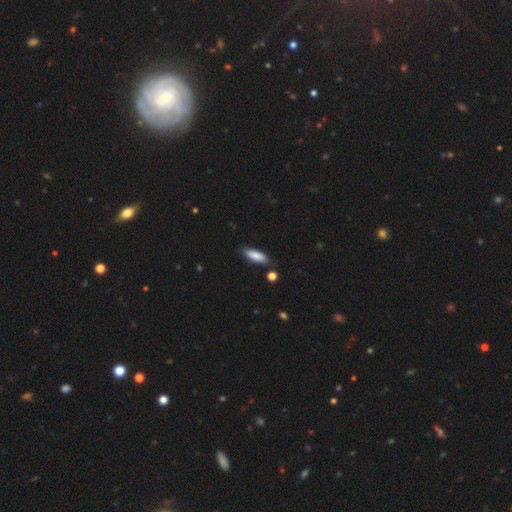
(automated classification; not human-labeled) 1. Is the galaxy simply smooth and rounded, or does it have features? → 84% smooth, 9% featured or disk, 6% star or artifact.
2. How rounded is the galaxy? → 60% in between, 38% cigar-shaped, 2% round.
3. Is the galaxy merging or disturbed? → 81% none, 13% minor disturbance, 3% merger, 3% major disturbance.